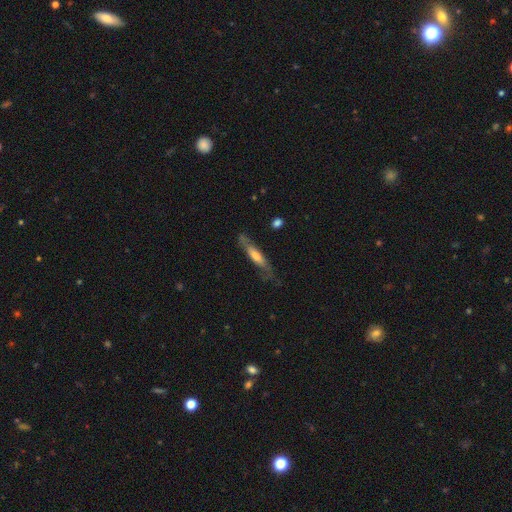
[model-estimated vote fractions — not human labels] featured or disk 53%, smooth 41%, star or artifact 6%. Down the decision tree: edge-on disk — yes (63%); merging — none (65%).